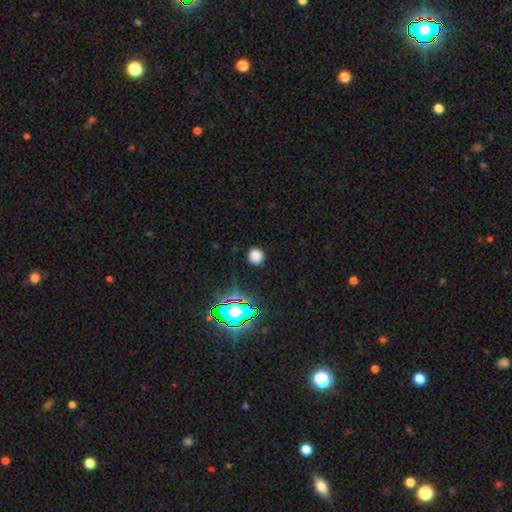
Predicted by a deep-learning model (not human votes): Smooth or featured?
  - smooth: 77% *
  - star or artifact: 18%
  - featured or disk: 5%
How rounded?
  - round: 90% *
  - in between: 8%
  - cigar-shaped: 1%
Merging?
  - none: 89% *
  - minor disturbance: 7%
  - major disturbance: 3%
  - merger: 1%